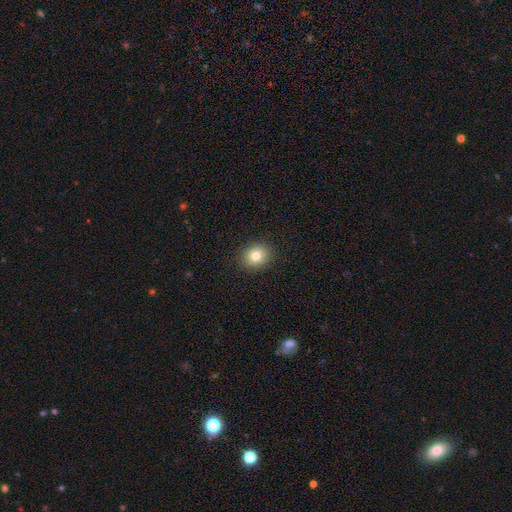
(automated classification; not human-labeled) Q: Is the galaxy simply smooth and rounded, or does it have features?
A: smooth — 80%.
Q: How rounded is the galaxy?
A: round — 65%.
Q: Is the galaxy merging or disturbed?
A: none — 91%.